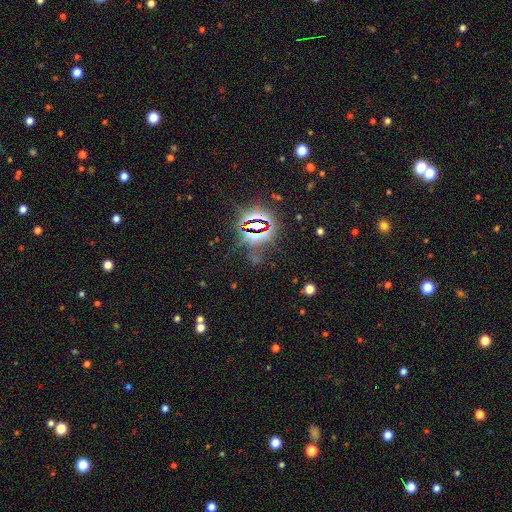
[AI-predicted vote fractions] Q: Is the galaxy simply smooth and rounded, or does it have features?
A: star or artifact — 81%.